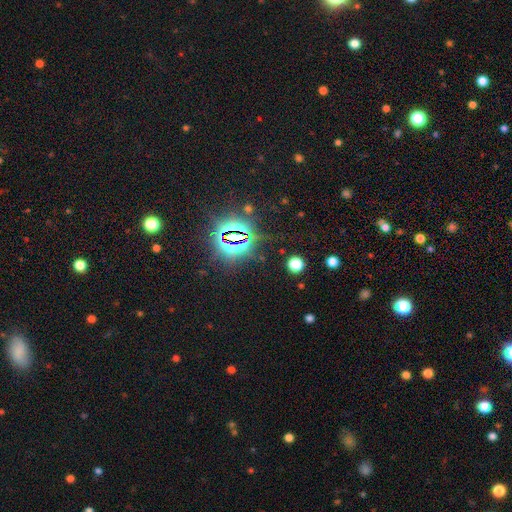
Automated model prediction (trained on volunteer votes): smooth_or_featured: star or artifact (p=0.83) [alt: smooth p=0.11]